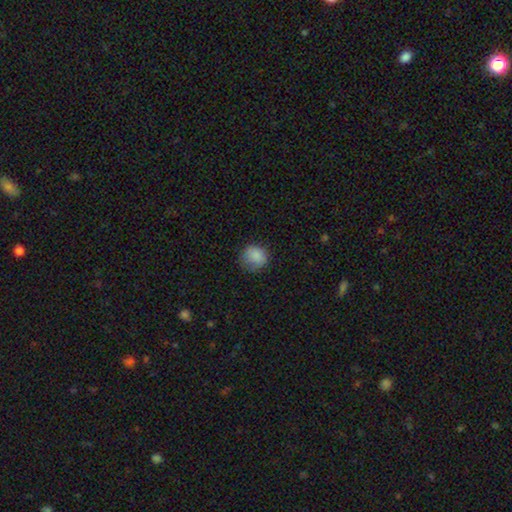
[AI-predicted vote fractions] The model was most divided on "merging": none: 73%, minor disturbance: 20%, major disturbance: 5%, merger: 1%. More confident: smooth or featured — smooth (86%); how rounded — round (84%).